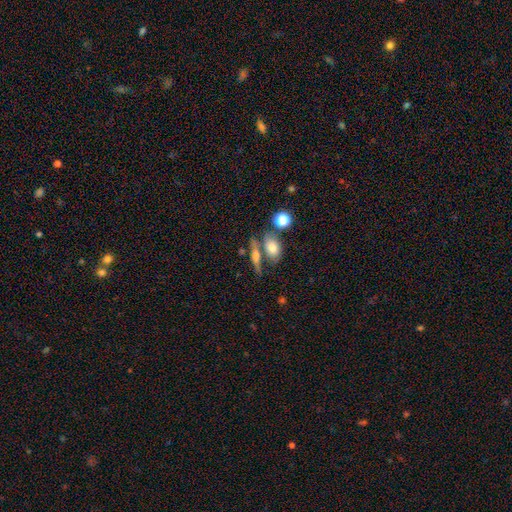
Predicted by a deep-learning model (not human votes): Smooth or featured? Predicted: smooth (p=0.49). Merging? Predicted: none (p=0.55).